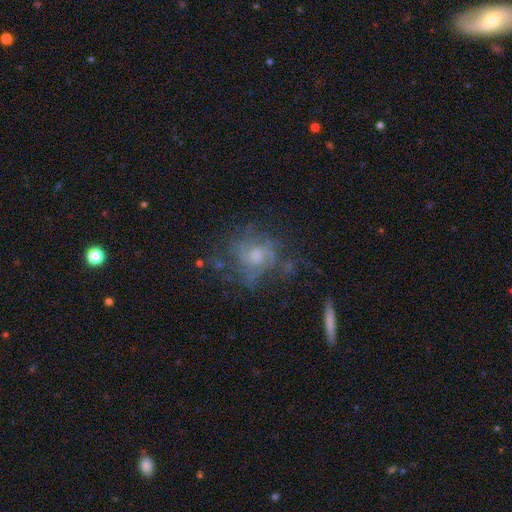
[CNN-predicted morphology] Smooth or featured: featured or disk — 71% (smooth — 19%)
Edge-on disk: no — 97% (yes — 3%)
Bar: no — 67% (weak — 29%)
Spiral arms: yes — 79% (no — 21%)
Spiral winding: tight — 42% (medium — 41%)
Spiral arm count: can't tell — 46% (2 — 19%)
Bulge size: moderate — 46% (small — 34%)
Merging: none — 56% (major disturbance — 21%)